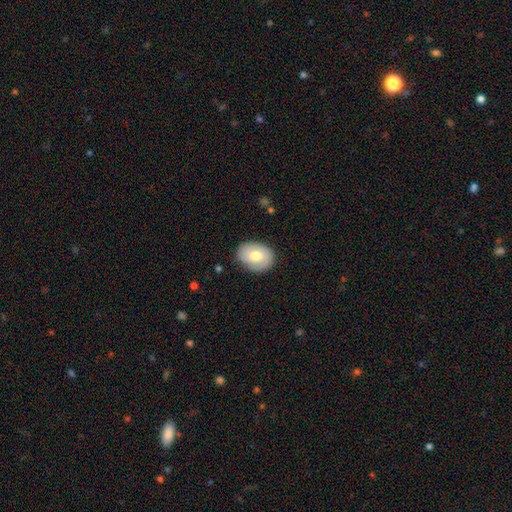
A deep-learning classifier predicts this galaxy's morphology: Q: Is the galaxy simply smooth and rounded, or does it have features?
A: smooth — 64%.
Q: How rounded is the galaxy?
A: in between — 67%.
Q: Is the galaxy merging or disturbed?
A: none — 83%.